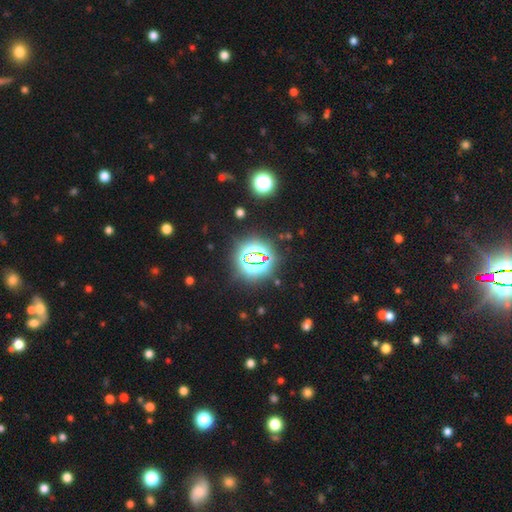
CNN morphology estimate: A star or artifact, not a galaxy (80%).